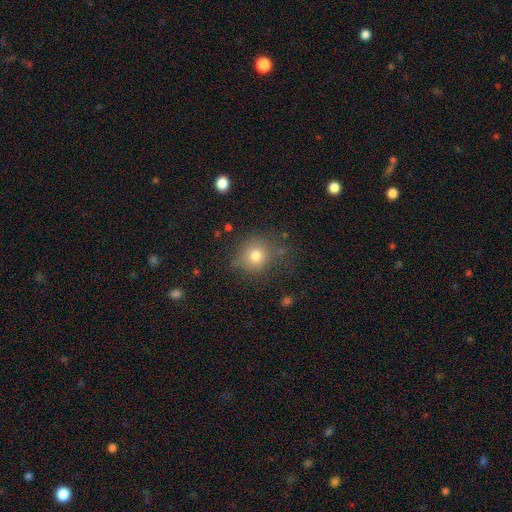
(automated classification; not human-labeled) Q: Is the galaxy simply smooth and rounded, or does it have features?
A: smooth — 76%.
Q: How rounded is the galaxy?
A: round — 87%.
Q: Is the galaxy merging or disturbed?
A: none — 76%.